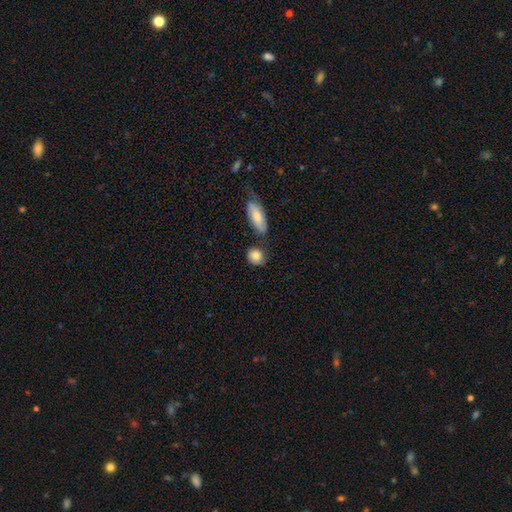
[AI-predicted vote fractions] This is clearly a smooth galaxy (86%). How rounded: likely round (66%). Merging: likely none (68%).